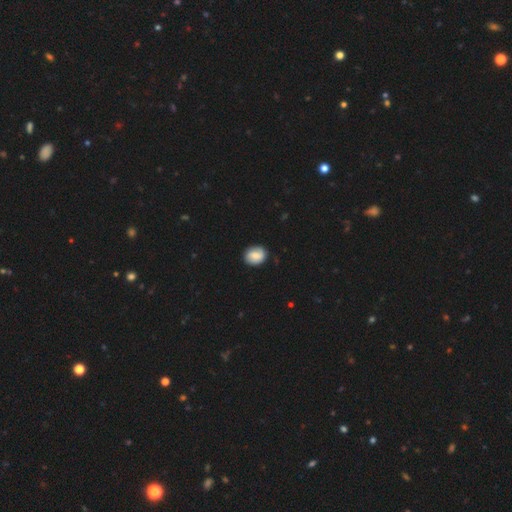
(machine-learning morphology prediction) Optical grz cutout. It shows a smooth galaxy with no disk features (75%) that is round (58%). Merging: none (83%).